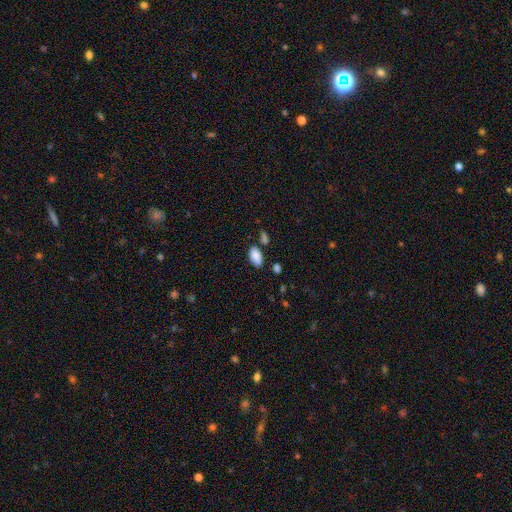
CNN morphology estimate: smooth 87%, star or artifact 7%, featured or disk 6%. Down the decision tree: how rounded — in between (94%); merging — none (71%).